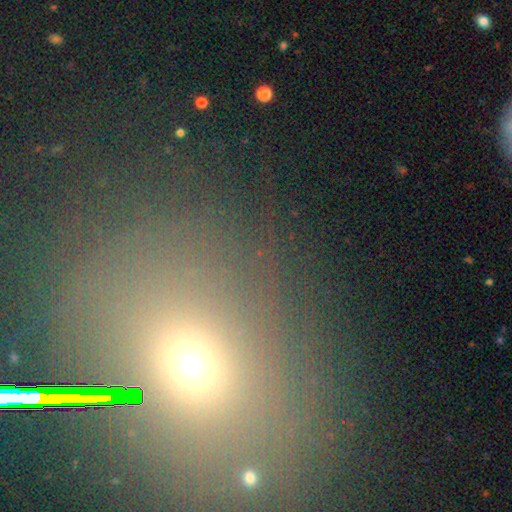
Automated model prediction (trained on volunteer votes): smooth-or-featured: smooth: 44% | star or artifact: 43% | featured or disk: 13%
  merging: none: 77% | minor disturbance: 10% | major disturbance: 7% | merger: 5%